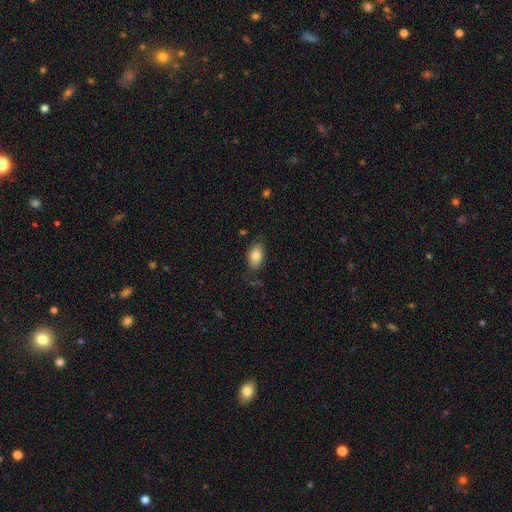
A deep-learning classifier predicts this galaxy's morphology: smooth 81%, featured or disk 12%, star or artifact 7%. Down the decision tree: how rounded — in between (92%); merging — none (75%).